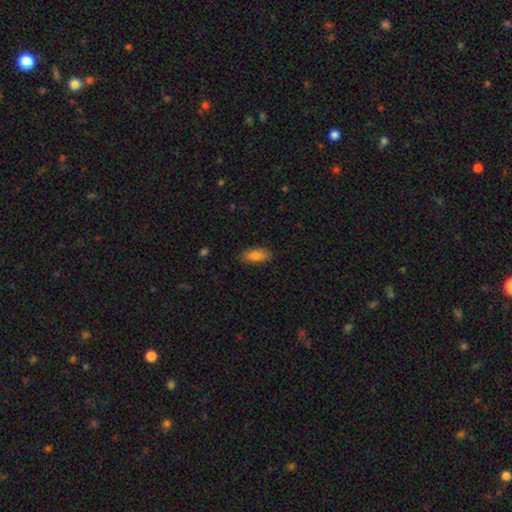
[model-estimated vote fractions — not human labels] This appears to be a smooth galaxy with no disk features (82%) that is in between round and cigar-shaped (80%). Merging: none (86%).